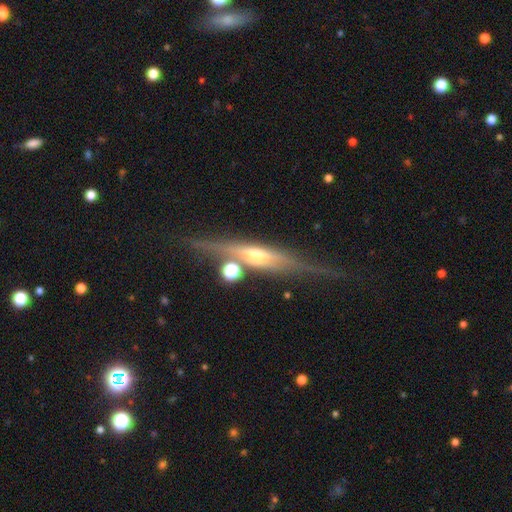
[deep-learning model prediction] featured or disk 78%, smooth 13%, star or artifact 8%. Down the decision tree: edge-on disk — yes (94%); edge-on bulge — rounded (85%); merging — none (72%).